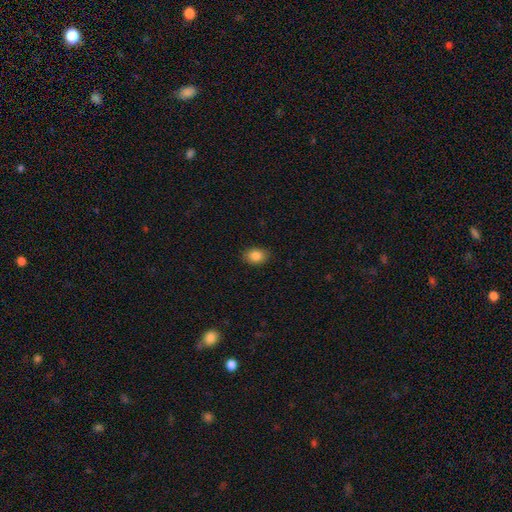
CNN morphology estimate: smooth_or_featured: smooth (p=0.86) [alt: star or artifact p=0.09]
how_rounded: in between (p=0.72) [alt: round p=0.27]
merging: none (p=0.87) [alt: minor disturbance p=0.09]